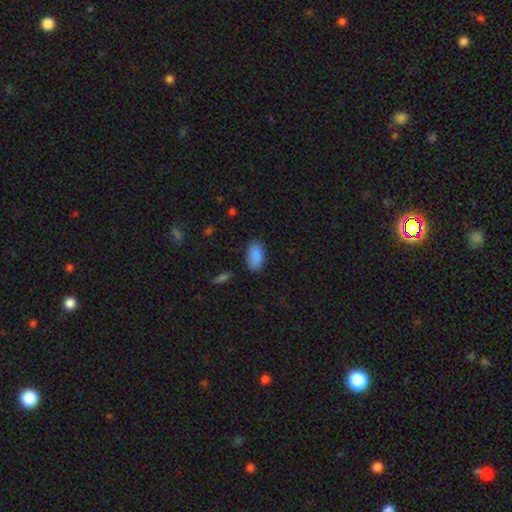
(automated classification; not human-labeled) Smooth or featured?
  - smooth: 89% *
  - star or artifact: 7%
  - featured or disk: 4%
How rounded?
  - in between: 94% *
  - round: 3%
  - cigar-shaped: 3%
Merging?
  - none: 84% *
  - minor disturbance: 12%
  - major disturbance: 3%
  - merger: 2%